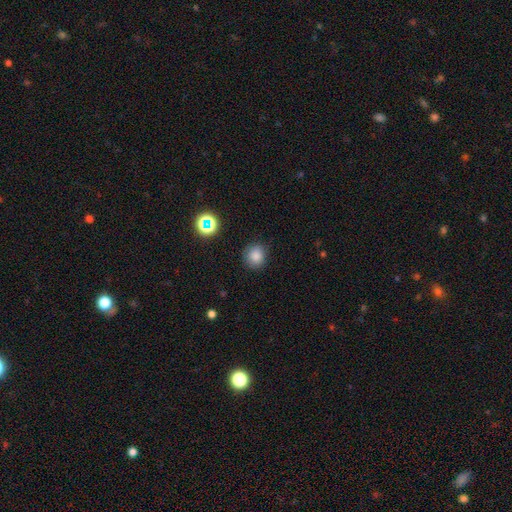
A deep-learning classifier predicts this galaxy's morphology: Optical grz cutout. It shows a smooth galaxy with no disk features (82%) that is round (86%). Merging: none (86%).